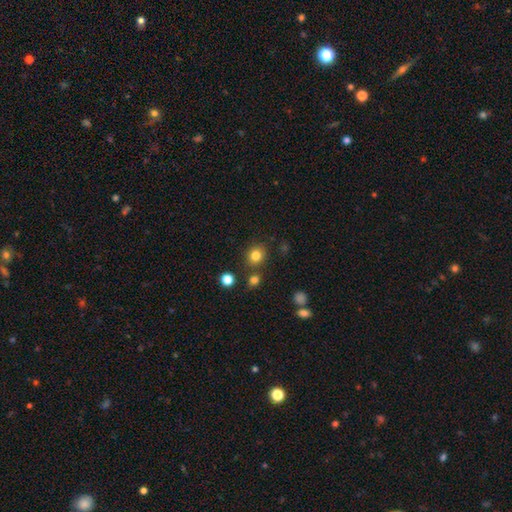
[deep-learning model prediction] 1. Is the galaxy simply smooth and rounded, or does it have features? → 81% smooth, 13% star or artifact, 6% featured or disk.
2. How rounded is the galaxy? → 79% round, 20% in between, 1% cigar-shaped.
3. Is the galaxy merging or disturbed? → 80% none, 9% minor disturbance, 8% merger, 3% major disturbance.